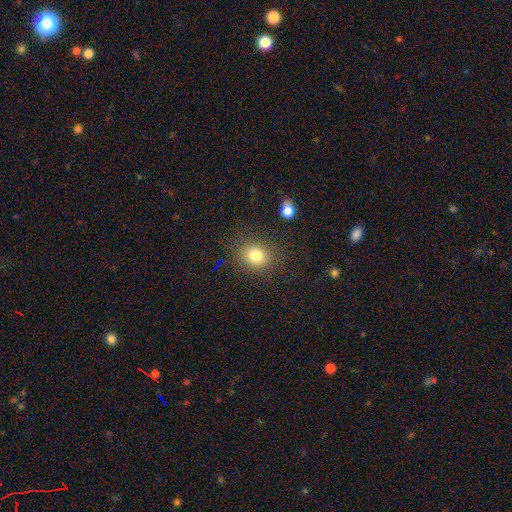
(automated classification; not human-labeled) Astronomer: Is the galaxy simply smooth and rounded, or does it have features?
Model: smooth — 79%.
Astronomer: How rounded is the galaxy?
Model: round — 65%.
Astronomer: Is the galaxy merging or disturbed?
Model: none — 84%.